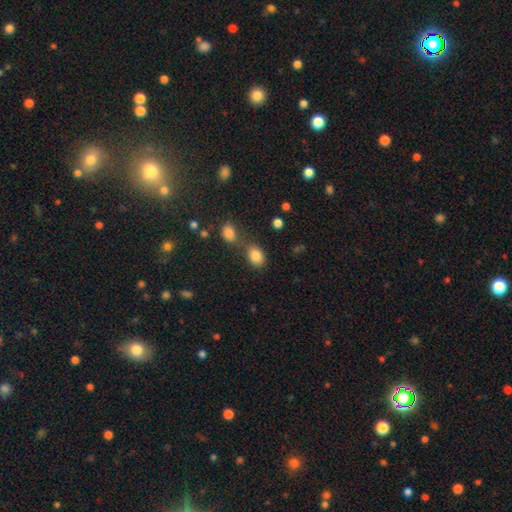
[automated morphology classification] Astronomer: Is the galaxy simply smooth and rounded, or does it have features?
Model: smooth — 84%.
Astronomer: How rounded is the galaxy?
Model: in between — 74%.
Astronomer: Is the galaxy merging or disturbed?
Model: none — 58%.